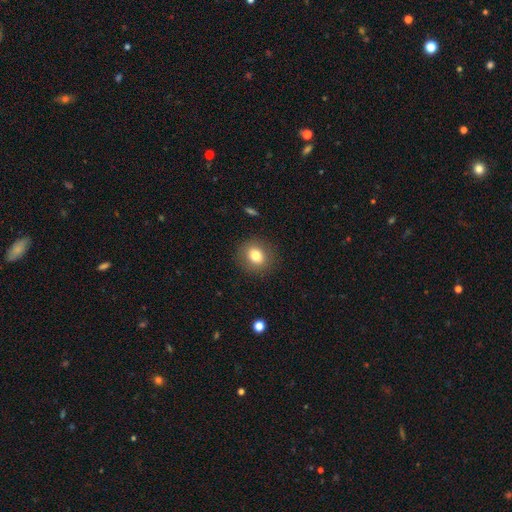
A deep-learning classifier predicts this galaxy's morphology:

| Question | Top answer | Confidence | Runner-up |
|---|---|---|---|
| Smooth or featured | smooth | 80% | star or artifact (10%) |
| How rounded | round | 73% | in between (26%) |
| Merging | none | 88% | minor disturbance (8%) |